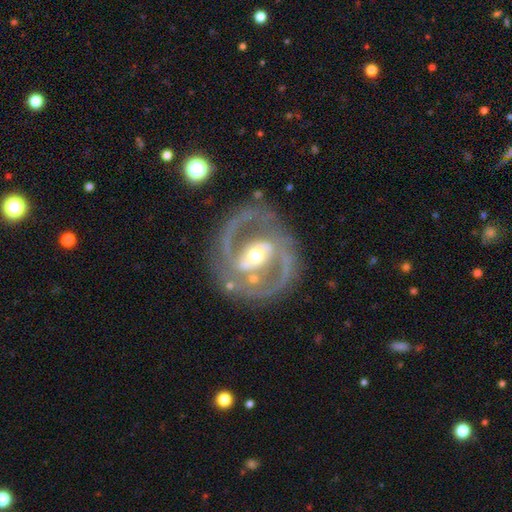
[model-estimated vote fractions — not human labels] Smooth or featured: featured or disk — 90% (smooth — 5%)
Edge-on disk: no — 97% (yes — 3%)
Bar: strong — 46% (weak — 35%)
Spiral arms: yes — 95% (no — 5%)
Spiral winding: medium — 57% (tight — 30%)
Spiral arm count: 2 — 91% (can't tell — 3%)
Bulge size: moderate — 61% (small — 30%)
Merging: none — 78% (minor disturbance — 13%)